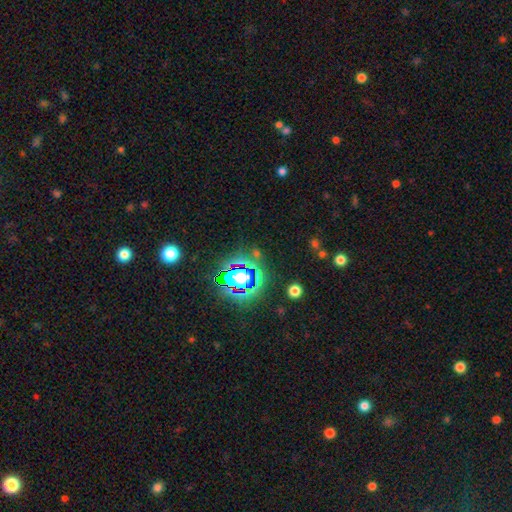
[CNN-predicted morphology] The model was most divided on "smooth or featured": star or artifact: 69%, smooth: 21%, featured or disk: 10%.